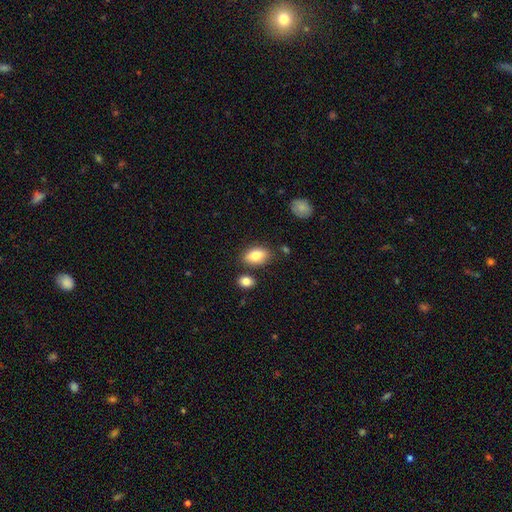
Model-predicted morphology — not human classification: Smooth or featured: smooth — 82% (featured or disk — 11%)
How rounded: in between — 90% (round — 7%)
Merging: none — 78% (minor disturbance — 13%)